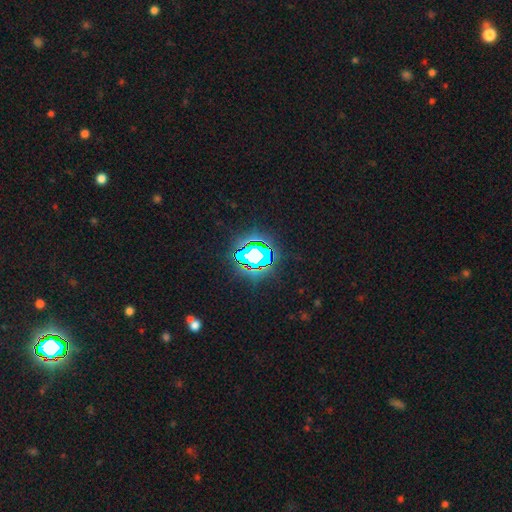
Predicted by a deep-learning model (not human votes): This appears to be a star or artifact, not a galaxy (72%).